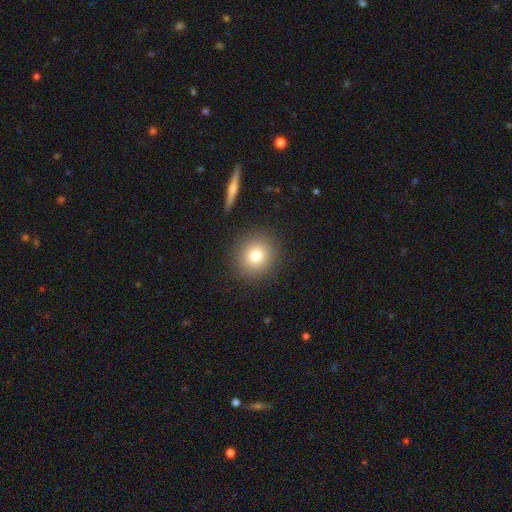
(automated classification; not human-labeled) A smooth galaxy with no disk features (79%) that is round (89%). Merging: none (89%).